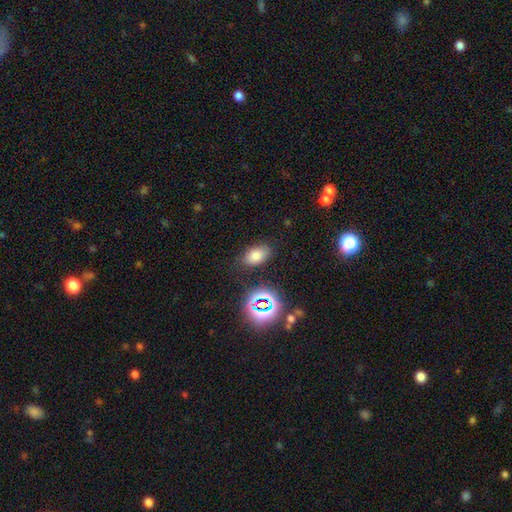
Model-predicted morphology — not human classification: A smooth galaxy with no disk features (72%) that is in between round and cigar-shaped (87%). Merging: none (81%).